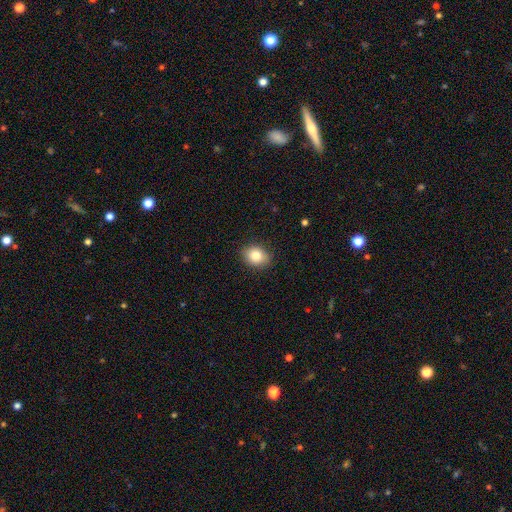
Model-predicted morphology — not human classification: type=smooth (82%); roundness=in between (55%); merging=none (87%).